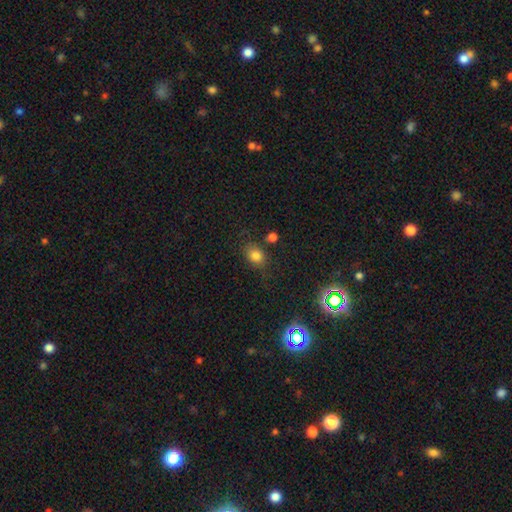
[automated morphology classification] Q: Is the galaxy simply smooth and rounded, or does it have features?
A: smooth — 78%.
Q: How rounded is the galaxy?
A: in between — 56%.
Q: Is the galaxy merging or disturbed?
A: none — 71%.